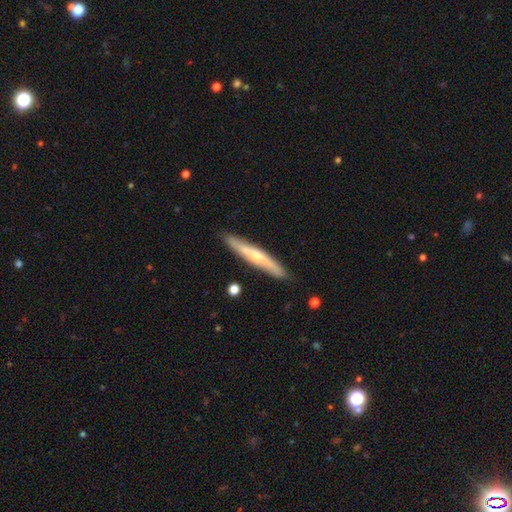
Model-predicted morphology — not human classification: A featured or disk galaxy (52%) viewed edge-on (87%). Merging: none (88%).